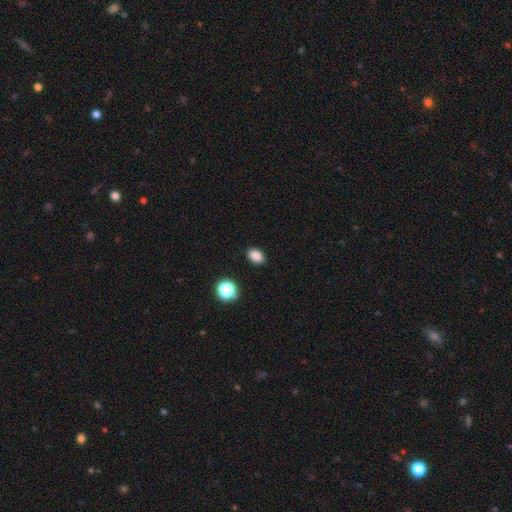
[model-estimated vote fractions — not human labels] smooth-or-featured: smooth: 85% | star or artifact: 11% | featured or disk: 4%
  how-rounded: in between: 82% | round: 17% | cigar-shaped: 1%
  merging: none: 89% | minor disturbance: 7% | major disturbance: 2% | merger: 2%